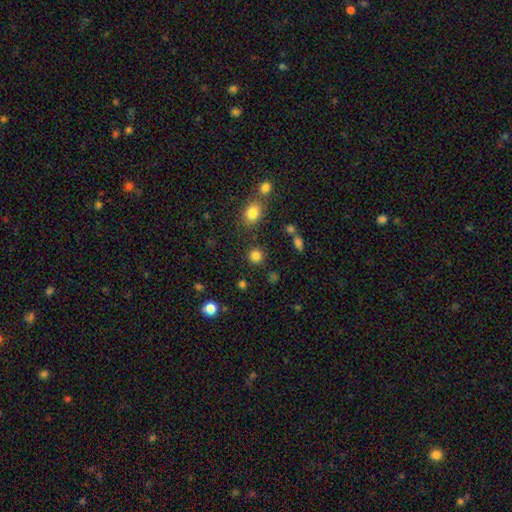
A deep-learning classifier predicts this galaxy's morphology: Q: Smooth or featured?
A: smooth (83%); runner-up: star or artifact (13%)
Q: How rounded?
A: round (90%); runner-up: in between (9%)
Q: Merging?
A: none (86%); runner-up: minor disturbance (7%)